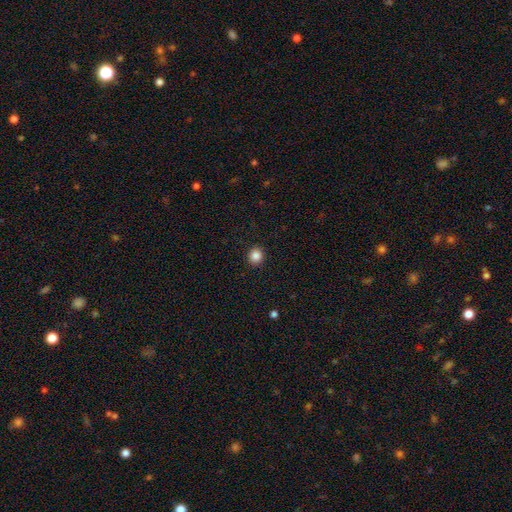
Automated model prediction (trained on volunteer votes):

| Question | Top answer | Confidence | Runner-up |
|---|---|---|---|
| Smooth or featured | smooth | 86% | star or artifact (10%) |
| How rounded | round | 86% | in between (13%) |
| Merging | none | 92% | minor disturbance (5%) |